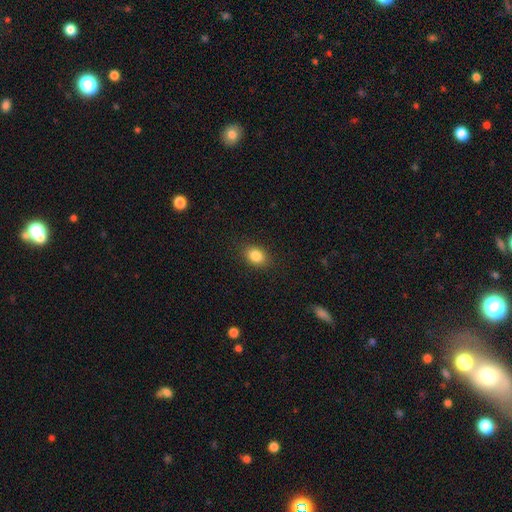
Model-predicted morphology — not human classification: Q: Smooth or featured?
A: smooth (85%); runner-up: star or artifact (9%)
Q: How rounded?
A: in between (70%); runner-up: round (29%)
Q: Merging?
A: none (88%); runner-up: minor disturbance (9%)